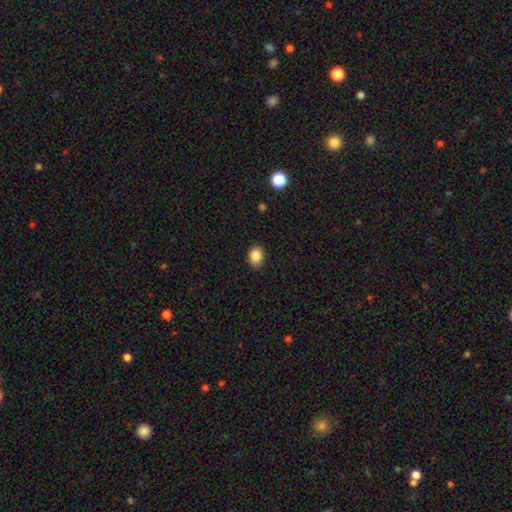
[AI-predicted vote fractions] Smooth or featured?
  - smooth: 87% *
  - star or artifact: 9%
  - featured or disk: 4%
How rounded?
  - in between: 66% *
  - round: 33%
  - cigar-shaped: 1%
Merging?
  - none: 88% *
  - minor disturbance: 9%
  - major disturbance: 2%
  - merger: 1%